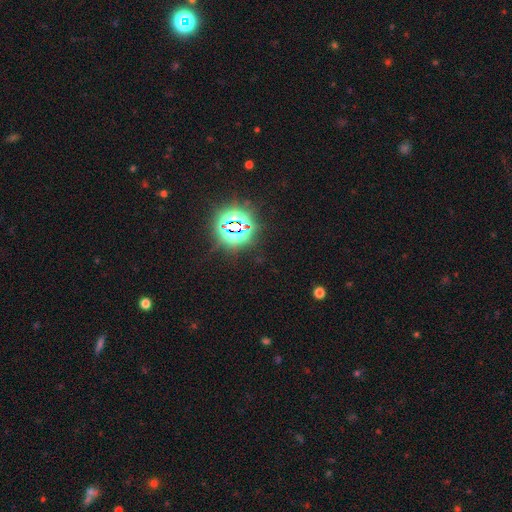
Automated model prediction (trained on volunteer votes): Smooth or featured: star or artifact — 80% (smooth — 12%)